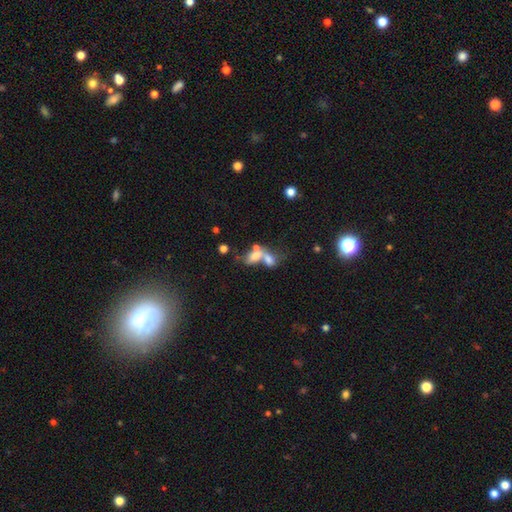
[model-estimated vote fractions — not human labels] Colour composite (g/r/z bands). It shows a smooth galaxy with no disk features (61%) that is in between round and cigar-shaped (79%). Merging: merger (69%).